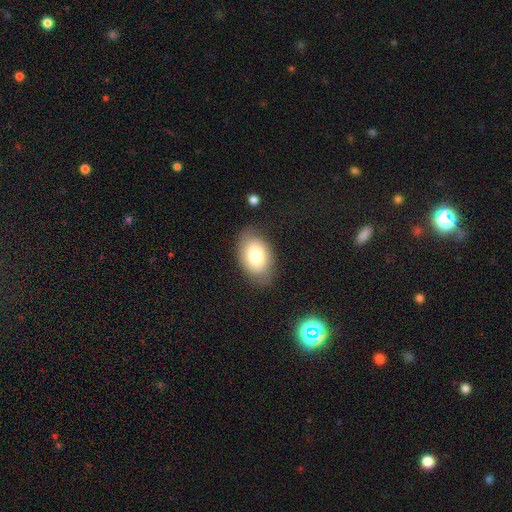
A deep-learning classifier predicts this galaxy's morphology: The model was most divided on "merging": none: 77%, minor disturbance: 17%, major disturbance: 5%, merger: 2%. More confident: how rounded — in between (85%); smooth or featured — smooth (78%).